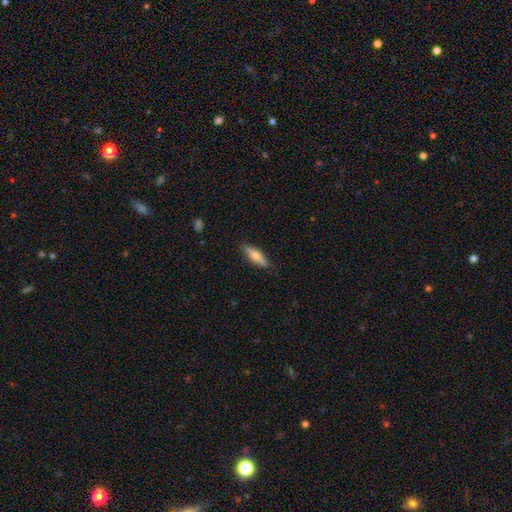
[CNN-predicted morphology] Smooth or featured? smooth (60%)
How rounded? cigar-shaped (60%)
Merging? none (83%)